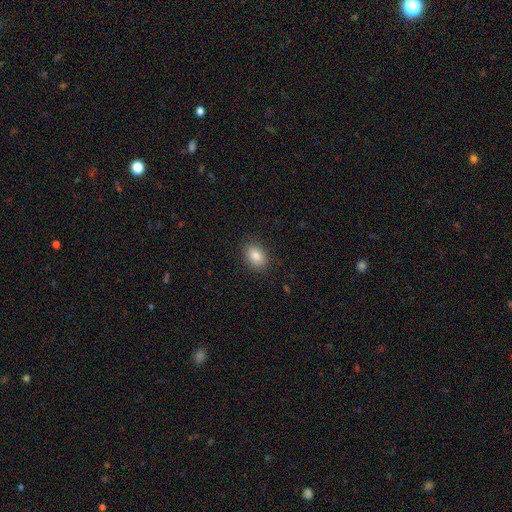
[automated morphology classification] smooth_or_featured: smooth (p=0.84) [alt: star or artifact p=0.09]
how_rounded: in between (p=0.69) [alt: round p=0.30]
merging: none (p=0.88) [alt: minor disturbance p=0.09]